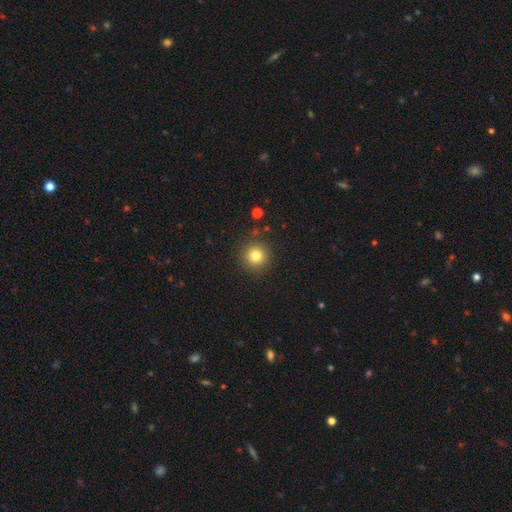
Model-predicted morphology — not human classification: Smooth or featured? Predicted: smooth (p=0.80). How rounded? Predicted: round (p=0.95). Merging? Predicted: none (p=0.88).